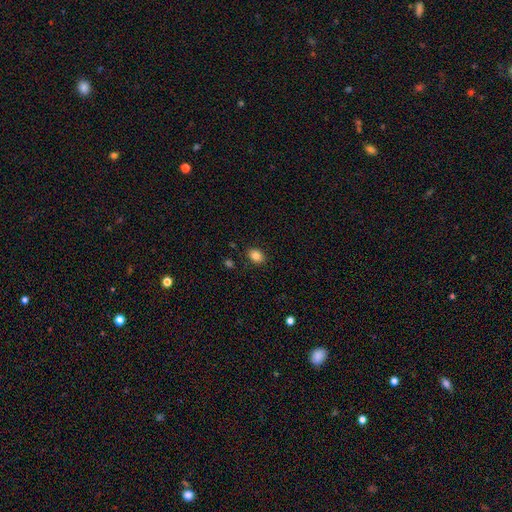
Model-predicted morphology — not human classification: smooth-or-featured: smooth: 84% | star or artifact: 10% | featured or disk: 6%
  how-rounded: in between: 68% | round: 31% | cigar-shaped: 1%
  merging: none: 87% | minor disturbance: 9% | major disturbance: 2% | merger: 2%